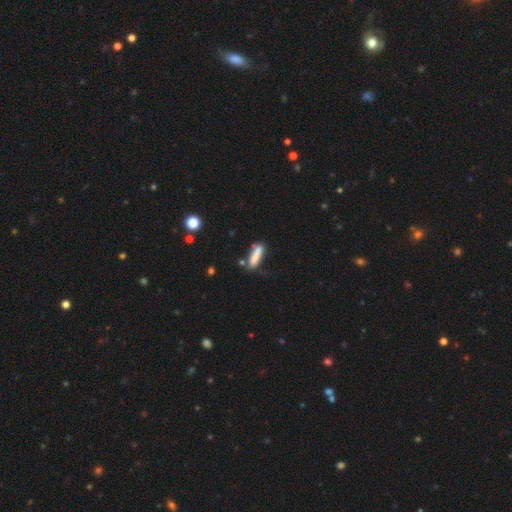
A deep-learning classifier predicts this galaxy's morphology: Overall: smooth (78%). How rounded: cigar-shaped (72%). Merging: none (58%; minor disturbance 23%).